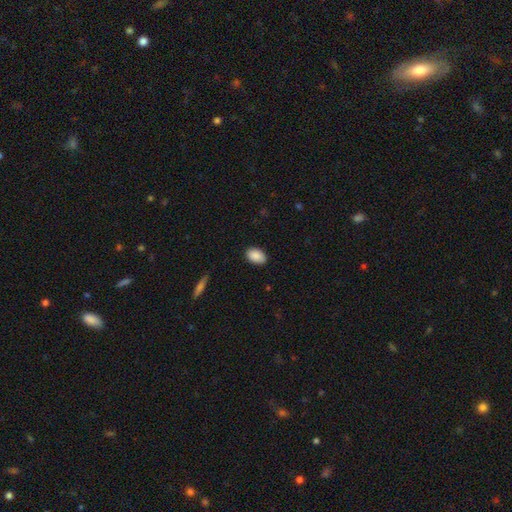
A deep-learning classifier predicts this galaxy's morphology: type=smooth (89%); roundness=in between (90%); merging=none (87%).